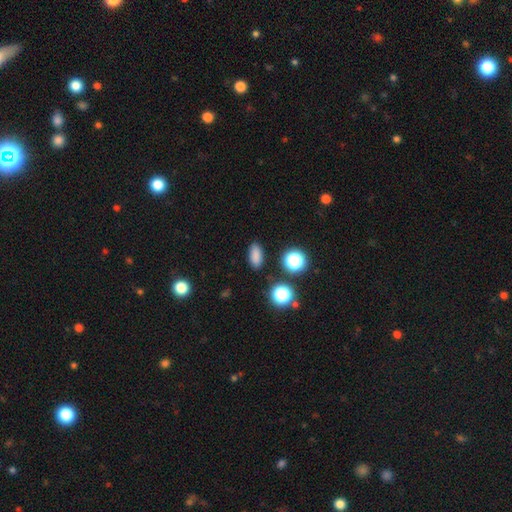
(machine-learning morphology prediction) Q: Smooth or featured?
A: smooth (82%); runner-up: star or artifact (14%)
Q: How rounded?
A: in between (81%); runner-up: round (10%)
Q: Merging?
A: none (87%); runner-up: minor disturbance (8%)